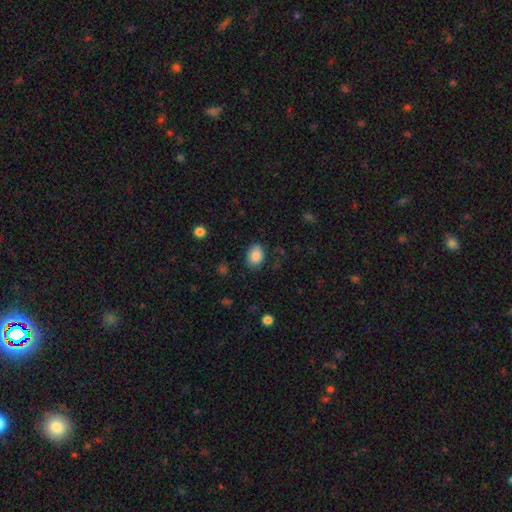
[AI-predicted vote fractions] The model was most divided on "how rounded": in between: 76%, round: 23%, cigar-shaped: 1%. More confident: smooth or featured — smooth (87%); merging — none (80%).